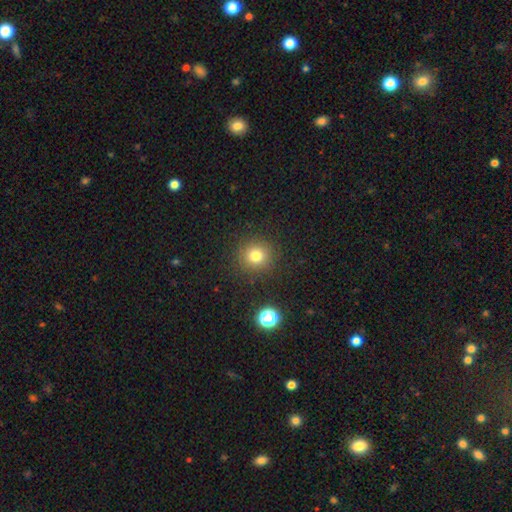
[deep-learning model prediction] smooth 77%, star or artifact 15%, featured or disk 8%. Down the decision tree: how rounded — round (92%); merging — none (89%).